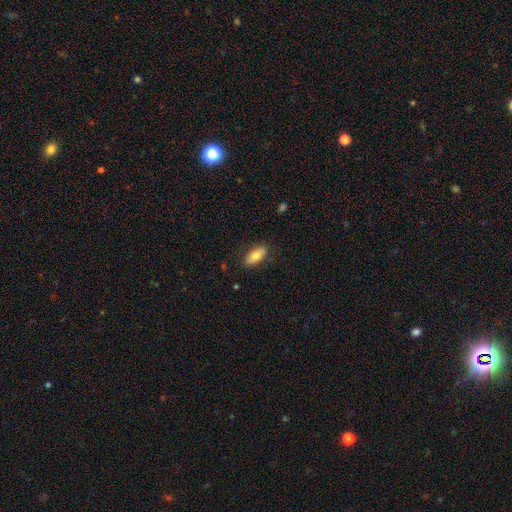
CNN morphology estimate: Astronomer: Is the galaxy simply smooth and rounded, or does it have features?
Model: smooth — 74%.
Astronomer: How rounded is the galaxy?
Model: in between — 86%.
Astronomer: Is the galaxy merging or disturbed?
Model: none — 84%.